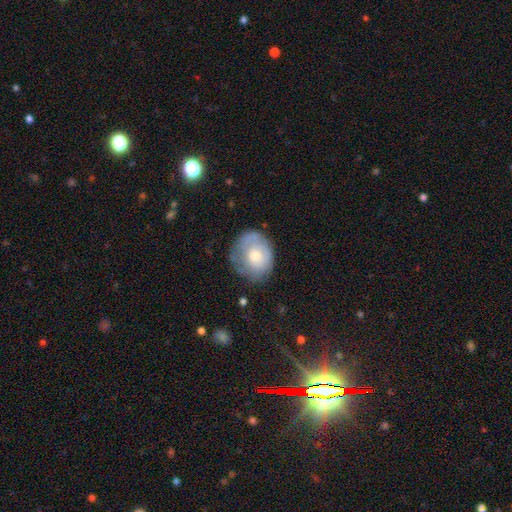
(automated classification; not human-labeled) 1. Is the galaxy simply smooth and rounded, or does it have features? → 59% smooth, 33% featured or disk, 7% star or artifact.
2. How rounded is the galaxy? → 53% round, 46% in between, 1% cigar-shaped.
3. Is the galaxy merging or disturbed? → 59% none, 28% minor disturbance, 12% major disturbance, 2% merger.